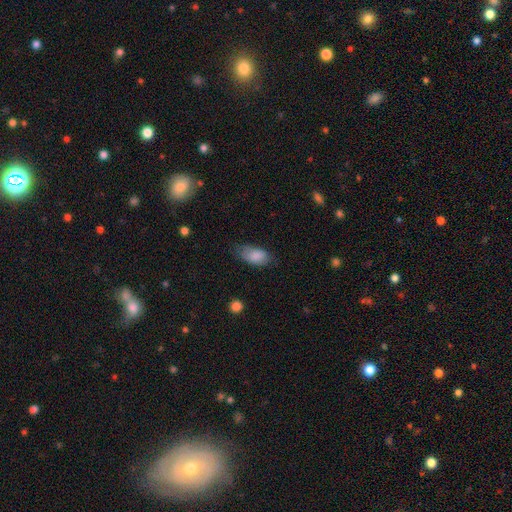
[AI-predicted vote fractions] Smooth or featured?
  - smooth: 84% *
  - featured or disk: 9%
  - star or artifact: 7%
How rounded?
  - in between: 92% *
  - round: 4%
  - cigar-shaped: 4%
Merging?
  - none: 56% *
  - minor disturbance: 31%
  - major disturbance: 11%
  - merger: 2%